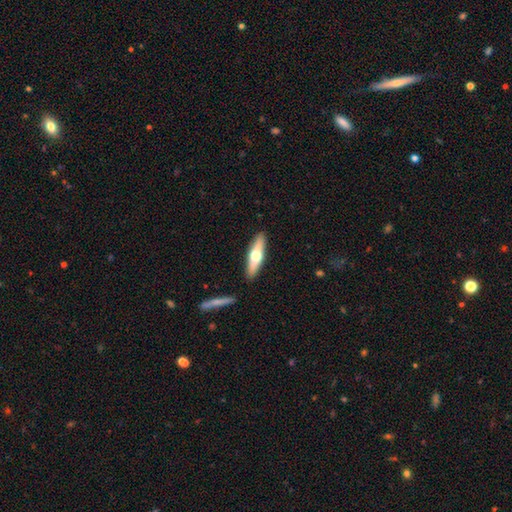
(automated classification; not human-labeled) A featured or disk galaxy (49%).

Vote fractions:
- Smooth or featured? featured or disk: 49% / smooth: 46% / star or artifact: 5%
- Merging? none: 88% / minor disturbance: 7% / merger: 2% / major disturbance: 2%